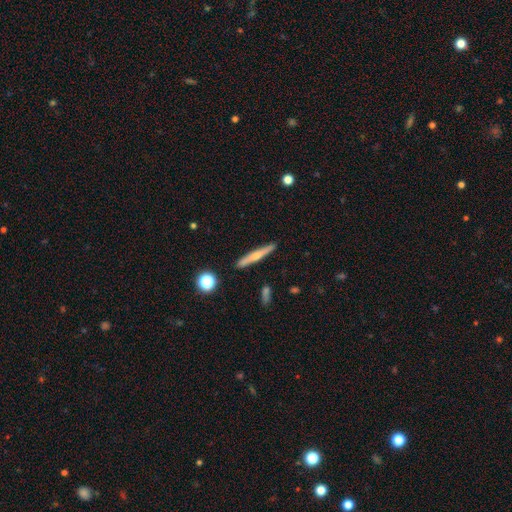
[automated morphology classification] This is possibly a featured or disk galaxy (51%). It is clearly viewed edge-on (96%). Merging: clearly none (89%).